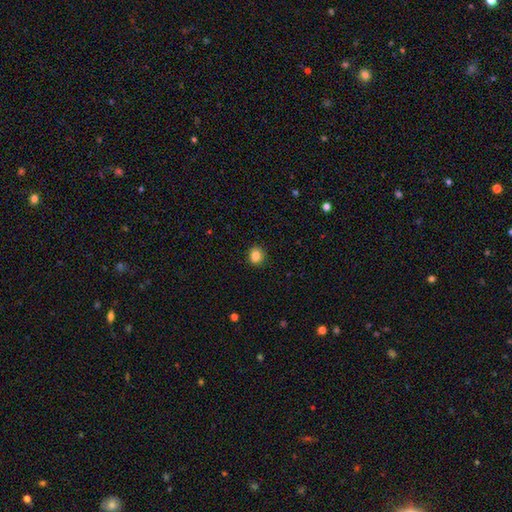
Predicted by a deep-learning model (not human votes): Smooth or featured?
  - smooth: 84% *
  - star or artifact: 11%
  - featured or disk: 5%
How rounded?
  - round: 79% *
  - in between: 20%
  - cigar-shaped: 1%
Merging?
  - none: 90% *
  - minor disturbance: 7%
  - major disturbance: 2%
  - merger: 1%